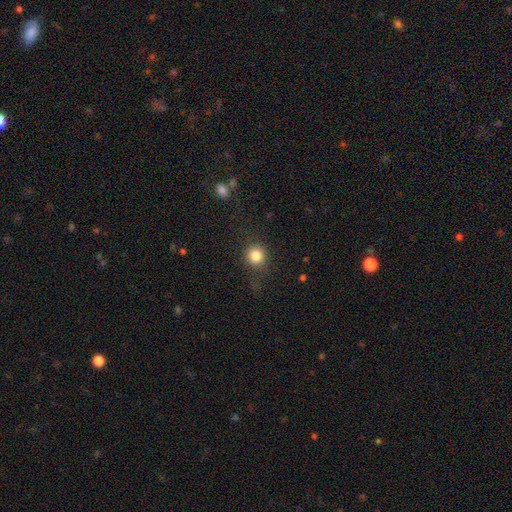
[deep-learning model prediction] Q: Smooth or featured?
A: smooth (83%); runner-up: star or artifact (11%)
Q: How rounded?
A: round (91%); runner-up: in between (8%)
Q: Merging?
A: none (83%); runner-up: minor disturbance (10%)